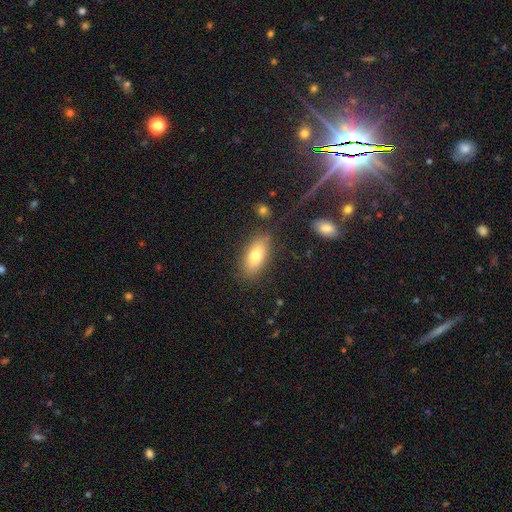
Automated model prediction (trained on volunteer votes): smooth-or-featured: smooth: 75% | featured or disk: 17% | star or artifact: 8%
  how-rounded: in between: 84% | cigar-shaped: 12% | round: 4%
  merging: none: 80% | minor disturbance: 13% | major disturbance: 4% | merger: 3%